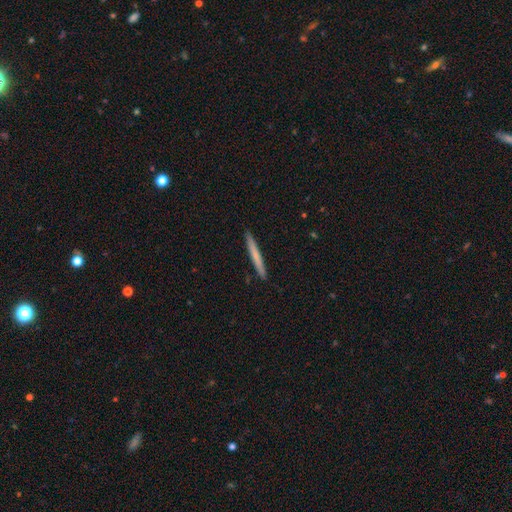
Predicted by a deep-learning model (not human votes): A smooth galaxy with no disk features (63%) that is cigar-shaped (97%).

Vote fractions:
- Smooth or featured? smooth: 63% / featured or disk: 32% / star or artifact: 5%
- How rounded? cigar-shaped: 97% / in between: 2% / round: 1%
- Merging? none: 92% / minor disturbance: 6% / major disturbance: 1% / merger: 1%